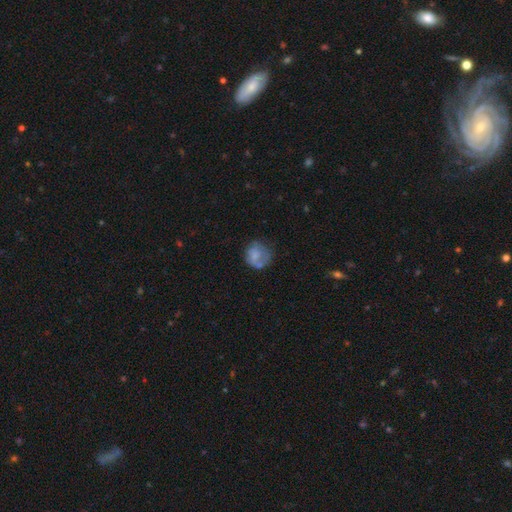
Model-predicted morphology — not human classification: The model was most divided on "merging": none: 47%, minor disturbance: 26%, major disturbance: 20%, merger: 8%. More confident: how rounded — round (78%); smooth or featured — smooth (60%).